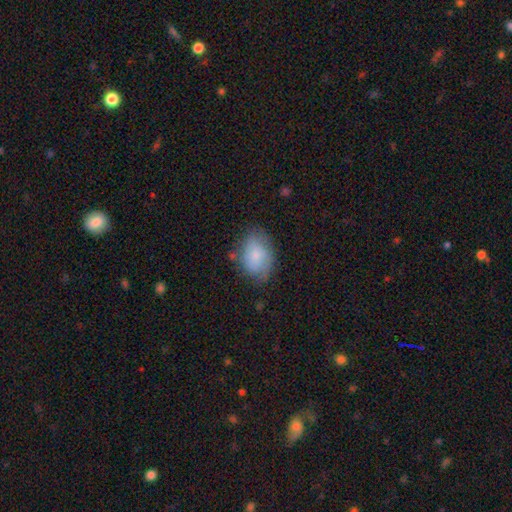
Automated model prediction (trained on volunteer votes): Smooth or featured? Predicted: smooth (p=0.72). How rounded? Predicted: in between (p=0.81). Merging? Predicted: none (p=0.62).